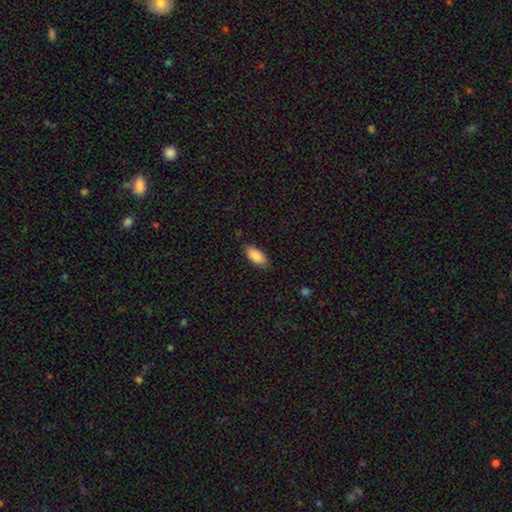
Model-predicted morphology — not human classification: smooth-or-featured: smooth: 90% | star or artifact: 6% | featured or disk: 4%
  how-rounded: in between: 90% | cigar-shaped: 9% | round: 2%
  merging: none: 82% | minor disturbance: 14% | major disturbance: 3% | merger: 1%